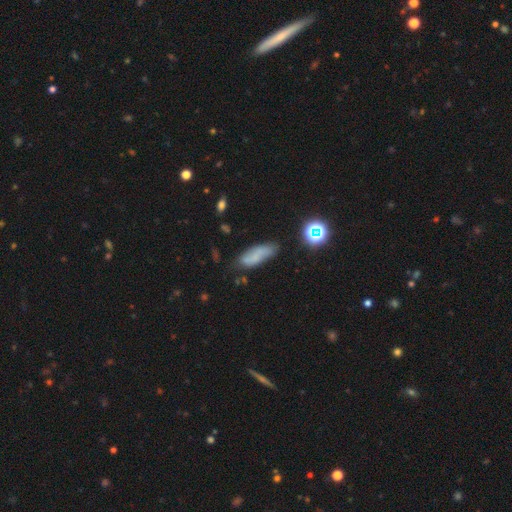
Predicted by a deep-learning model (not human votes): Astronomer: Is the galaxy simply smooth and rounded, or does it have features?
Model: smooth — 65%.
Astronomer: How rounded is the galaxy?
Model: in between — 64%.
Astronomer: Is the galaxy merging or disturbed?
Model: none — 60%.